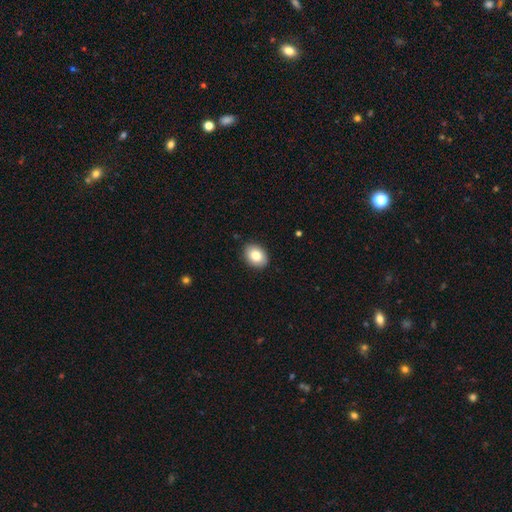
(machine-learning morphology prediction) A smooth galaxy with no disk features (83%) that is in between round and cigar-shaped (71%).

Vote fractions:
- Smooth or featured? smooth: 83% / featured or disk: 9% / star or artifact: 8%
- How rounded? in between: 71% / round: 29% / cigar-shaped: 1%
- Merging? none: 89% / minor disturbance: 8% / major disturbance: 2% / merger: 1%